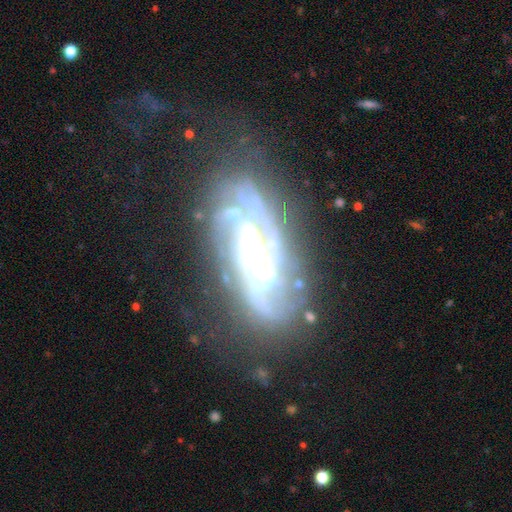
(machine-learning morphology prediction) A featured or disk galaxy (86%) with no bar (43%), 2 (38%) tight (54%) spiral arms (96%) and a moderate central bulge (45%). Merging: none (65%).